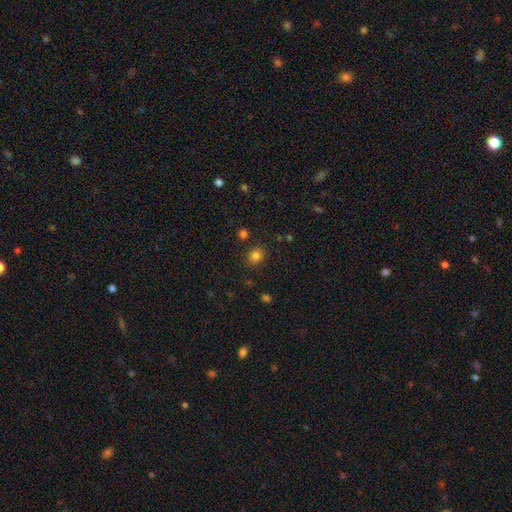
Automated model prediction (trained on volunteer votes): A smooth galaxy with no disk features (81%) that is round (64%).

Vote fractions:
- Smooth or featured? smooth: 81% / star or artifact: 14% / featured or disk: 6%
- How rounded? round: 64% / in between: 35% / cigar-shaped: 1%
- Merging? none: 84% / minor disturbance: 10% / merger: 3% / major disturbance: 3%